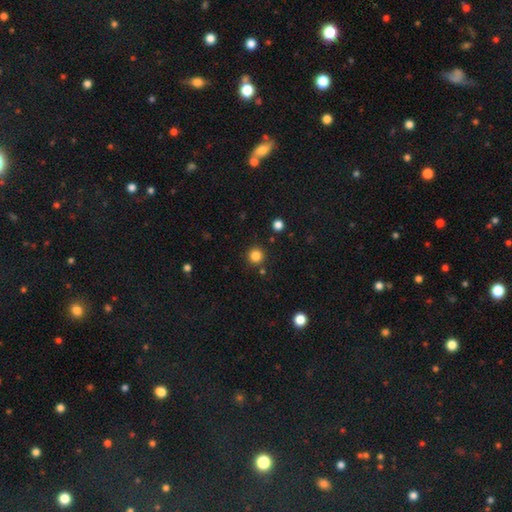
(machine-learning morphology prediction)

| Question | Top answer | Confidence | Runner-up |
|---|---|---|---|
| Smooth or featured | smooth | 84% | star or artifact (12%) |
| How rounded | round | 95% | in between (4%) |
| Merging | none | 89% | minor disturbance (6%) |